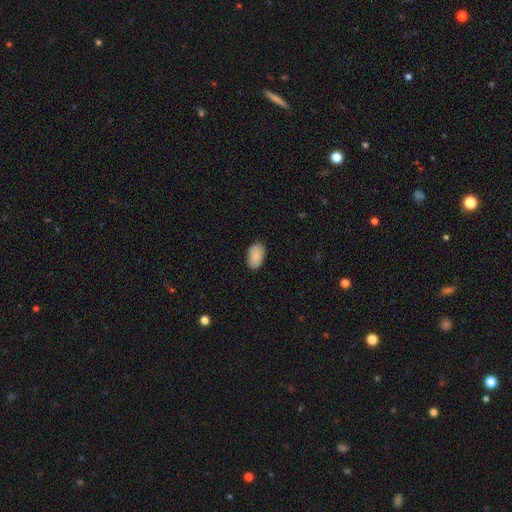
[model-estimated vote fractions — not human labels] Smooth or featured? Predicted: smooth (p=0.85). How rounded? Predicted: in between (p=0.92). Merging? Predicted: none (p=0.82).